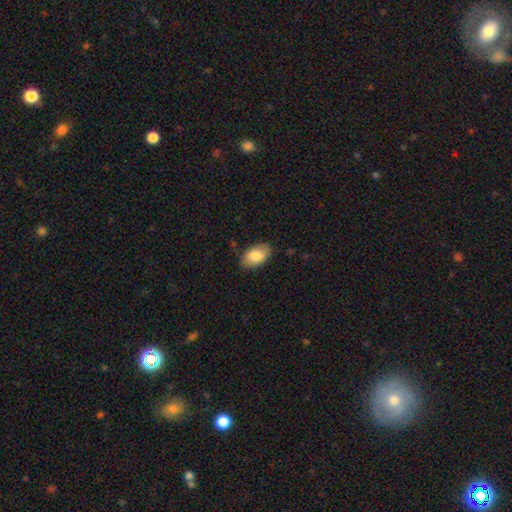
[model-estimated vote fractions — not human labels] smooth_or_featured: smooth (p=0.83) [alt: featured or disk p=0.11]
how_rounded: in between (p=0.93) [alt: round p=0.05]
merging: none (p=0.84) [alt: minor disturbance p=0.12]